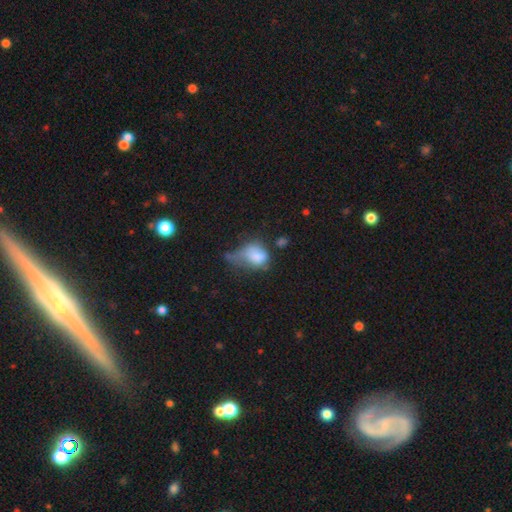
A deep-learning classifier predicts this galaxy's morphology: Overall: smooth (70%). How rounded: in between (66%; round 32%). Merging: major disturbance (46%; minor disturbance 25%).